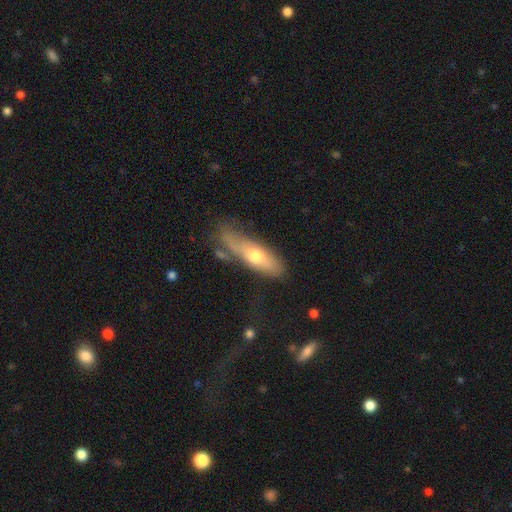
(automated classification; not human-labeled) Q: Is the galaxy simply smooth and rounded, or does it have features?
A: smooth — 60%.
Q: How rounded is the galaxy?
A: in between — 49%.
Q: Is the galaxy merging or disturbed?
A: none — 53%.